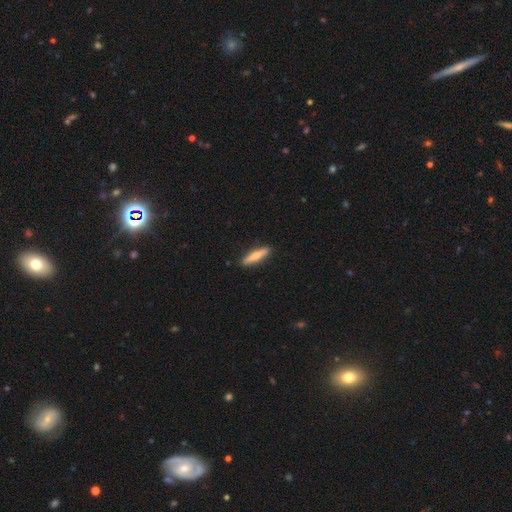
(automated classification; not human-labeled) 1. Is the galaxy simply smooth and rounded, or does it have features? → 66% smooth, 29% featured or disk, 6% star or artifact.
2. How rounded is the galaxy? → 83% cigar-shaped, 15% in between, 2% round.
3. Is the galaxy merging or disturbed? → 90% none, 7% minor disturbance, 2% major disturbance, 1% merger.